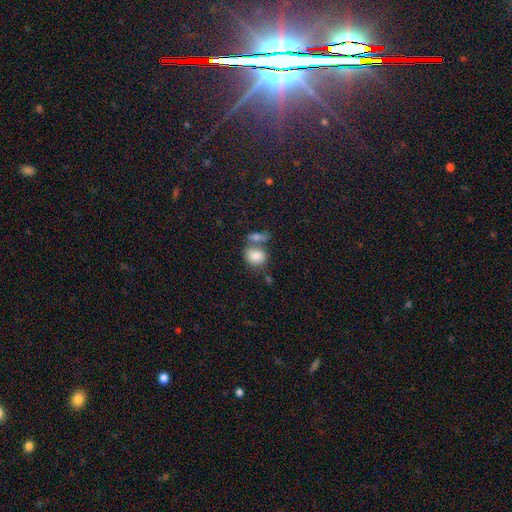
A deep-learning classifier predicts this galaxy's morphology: smooth-or-featured: smooth: 82% | featured or disk: 10% | star or artifact: 8%
  how-rounded: in between: 56% | round: 42% | cigar-shaped: 2%
  merging: none: 44% | merger: 41% | minor disturbance: 11% | major disturbance: 5%